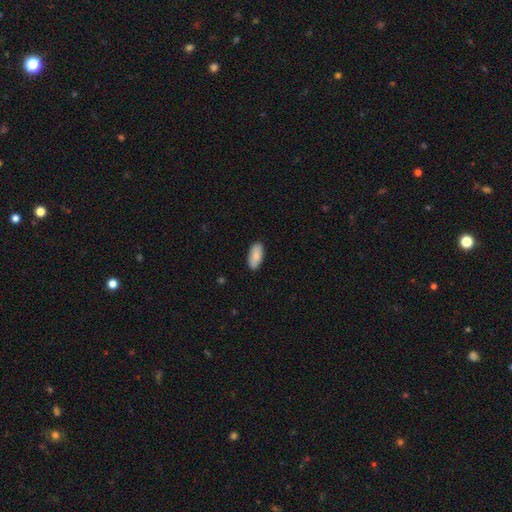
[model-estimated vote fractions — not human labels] Overall: smooth (85%). How rounded: in between (89%). Merging: none (87%).